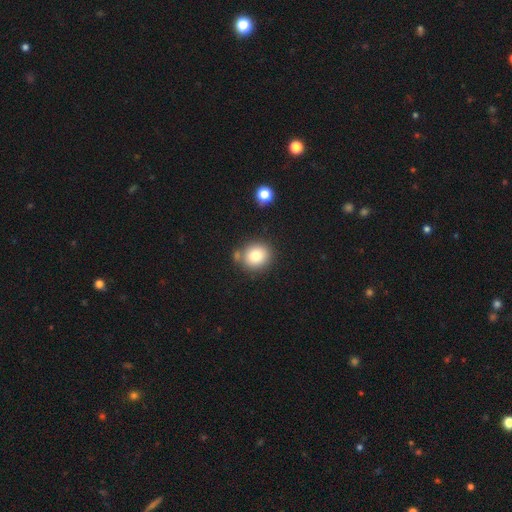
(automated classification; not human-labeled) A smooth galaxy with no disk features (81%) that is round (83%). Merging: none (73%).